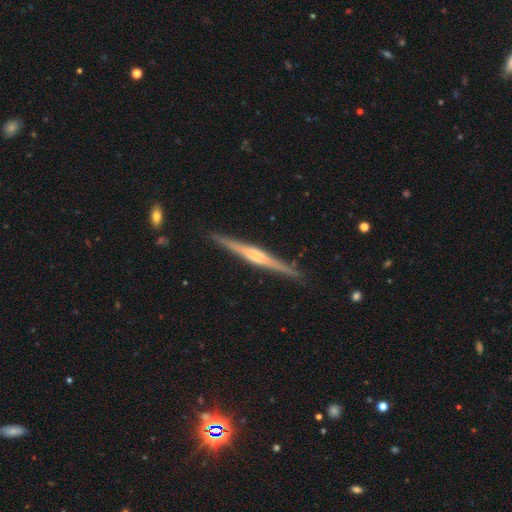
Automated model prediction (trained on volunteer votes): A featured or disk galaxy (82%) viewed edge-on (98%) with a rounded central bulge (66%). Merging: none (91%).